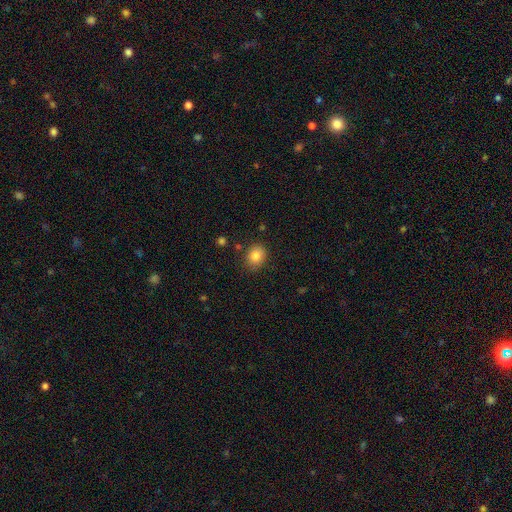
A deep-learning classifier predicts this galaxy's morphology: A smooth galaxy with no disk features (84%) that is round (56%).

Vote fractions:
- Smooth or featured? smooth: 84% / star or artifact: 10% / featured or disk: 6%
- How rounded? round: 56% / in between: 44% / cigar-shaped: 1%
- Merging? none: 84% / minor disturbance: 11% / major disturbance: 3% / merger: 2%